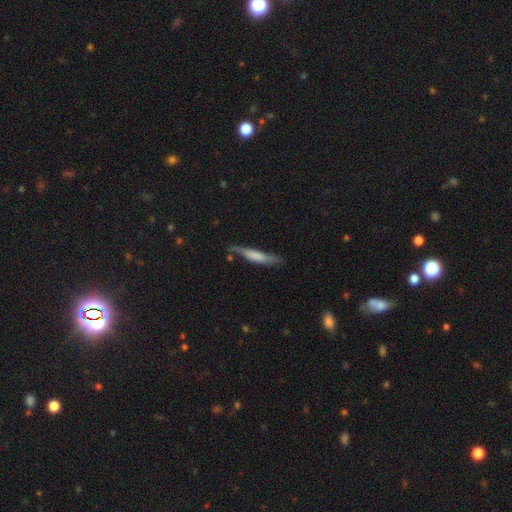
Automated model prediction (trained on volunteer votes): This is likely a smooth galaxy (61%). How rounded: clearly cigar-shaped (83%). Merging: possibly none (54%).